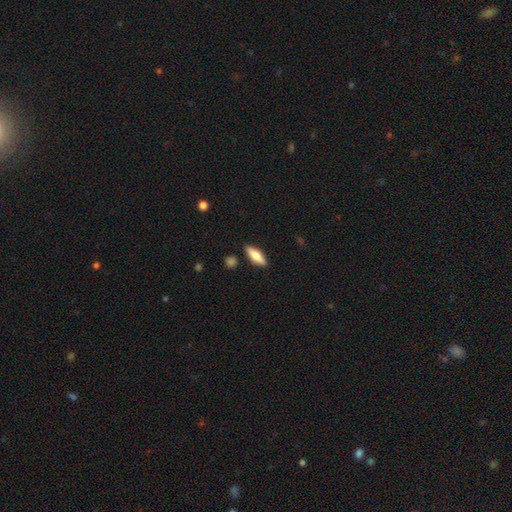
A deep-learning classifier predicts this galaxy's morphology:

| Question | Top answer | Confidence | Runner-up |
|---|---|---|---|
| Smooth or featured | smooth | 68% | featured or disk (26%) |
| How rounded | in between | 51% | cigar-shaped (46%) |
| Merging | none | 86% | minor disturbance (9%) |